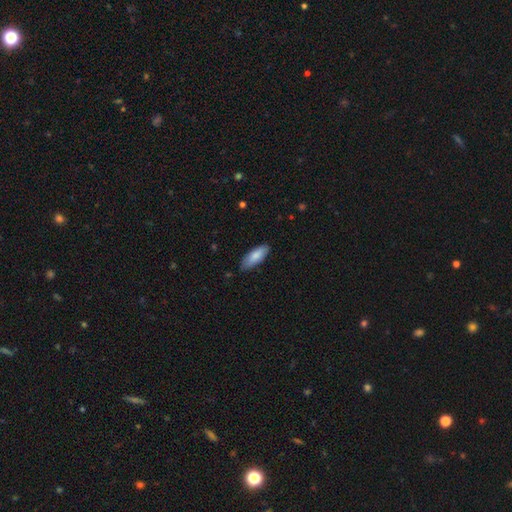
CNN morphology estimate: Overall: smooth (83%). How rounded: in between (69%; cigar-shaped 30%). Merging: none (82%).